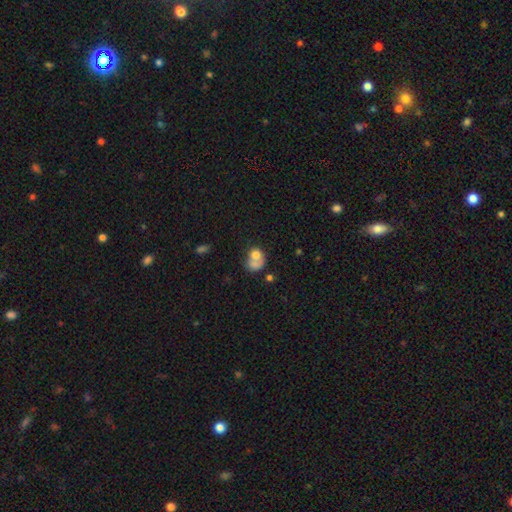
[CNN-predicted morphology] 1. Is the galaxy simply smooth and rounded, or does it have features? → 67% smooth, 24% featured or disk, 9% star or artifact.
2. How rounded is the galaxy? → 55% round, 44% in between, 1% cigar-shaped.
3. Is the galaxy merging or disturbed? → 54% merger, 24% none, 12% major disturbance, 11% minor disturbance.